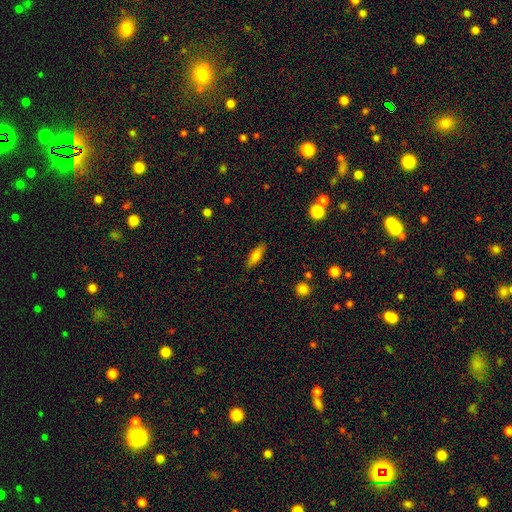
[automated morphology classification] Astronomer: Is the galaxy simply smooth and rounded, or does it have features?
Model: smooth — 69%.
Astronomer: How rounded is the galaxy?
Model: cigar-shaped — 49% (runner-up: in between, 48%).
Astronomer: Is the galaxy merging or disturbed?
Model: none — 87%.